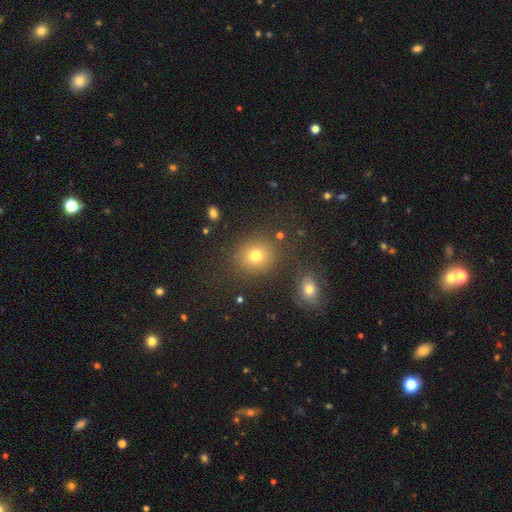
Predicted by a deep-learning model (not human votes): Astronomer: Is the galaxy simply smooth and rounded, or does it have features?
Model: smooth — 73%.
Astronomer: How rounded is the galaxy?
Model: round — 78%.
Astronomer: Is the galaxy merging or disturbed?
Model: none — 82%.